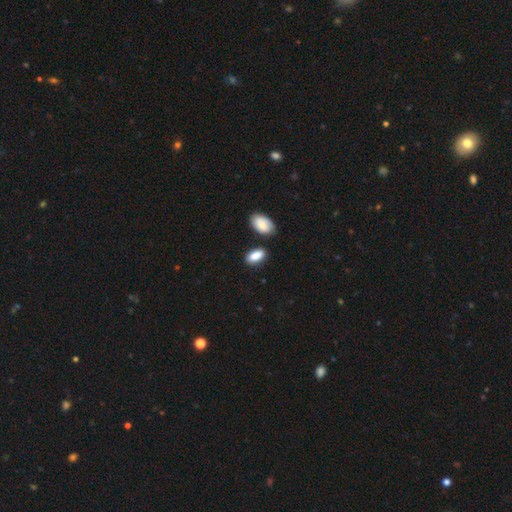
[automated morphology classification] smooth_or_featured: smooth (p=0.87) [alt: featured or disk p=0.07]
how_rounded: in between (p=0.90) [alt: cigar-shaped p=0.05]
merging: none (p=0.76) [alt: minor disturbance p=0.13]